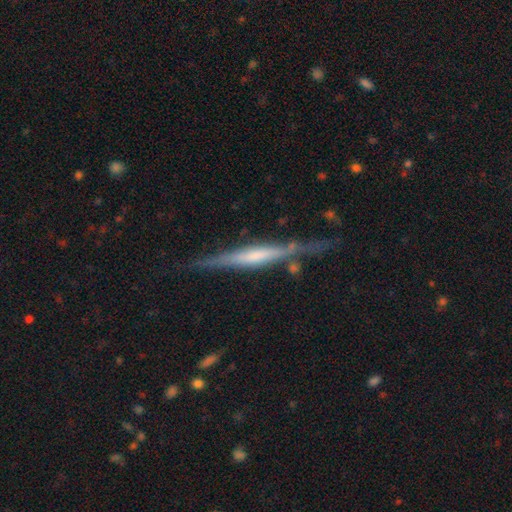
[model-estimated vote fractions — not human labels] Smooth or featured? Predicted: featured or disk (p=0.69). Edge-on disk? Predicted: yes (p=0.96). Edge-on bulge? Predicted: none (p=0.35). Merging? Predicted: none (p=0.75).